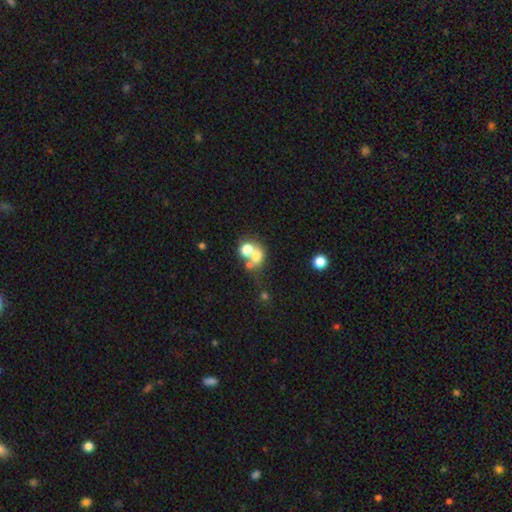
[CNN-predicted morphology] A smooth galaxy with no disk features (65%) that is round (61%). Merging: merger (57%).